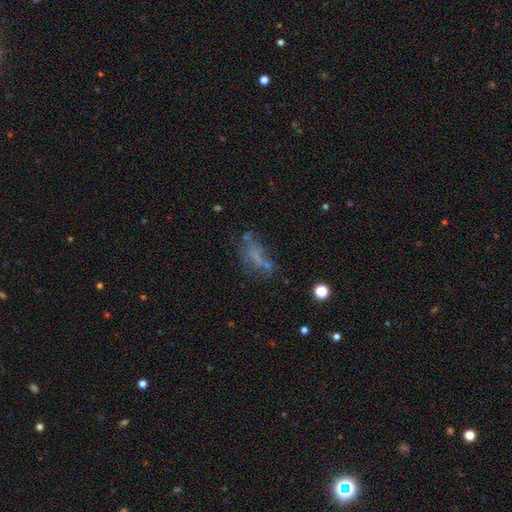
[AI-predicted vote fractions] smooth 48%, featured or disk 32%, star or artifact 21%. Down the decision tree: merging — none (41%).